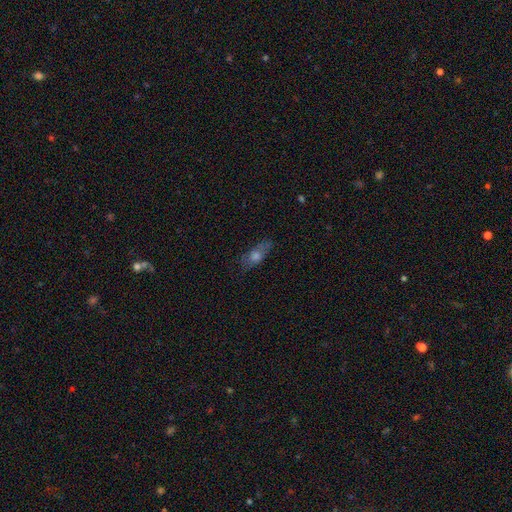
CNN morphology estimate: smooth-or-featured: smooth: 54% | featured or disk: 33% | star or artifact: 13%
  how-rounded: in between: 60% | cigar-shaped: 32% | round: 8%
  merging: none: 72% | minor disturbance: 20% | major disturbance: 6% | merger: 2%